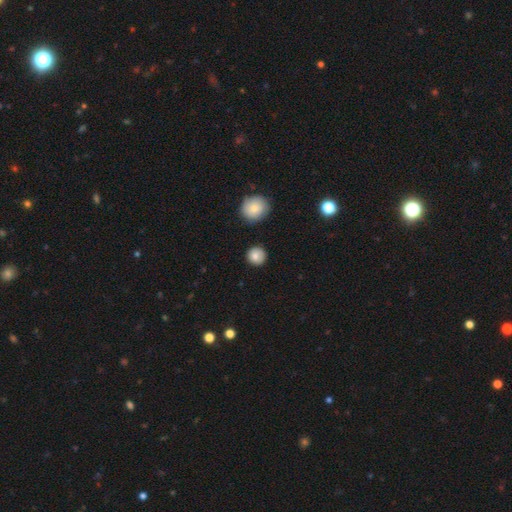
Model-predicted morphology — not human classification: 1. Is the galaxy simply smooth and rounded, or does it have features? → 85% smooth, 9% star or artifact, 6% featured or disk.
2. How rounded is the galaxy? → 94% round, 5% in between, 1% cigar-shaped.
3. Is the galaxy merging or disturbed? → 90% none, 7% minor disturbance, 2% major disturbance, 2% merger.